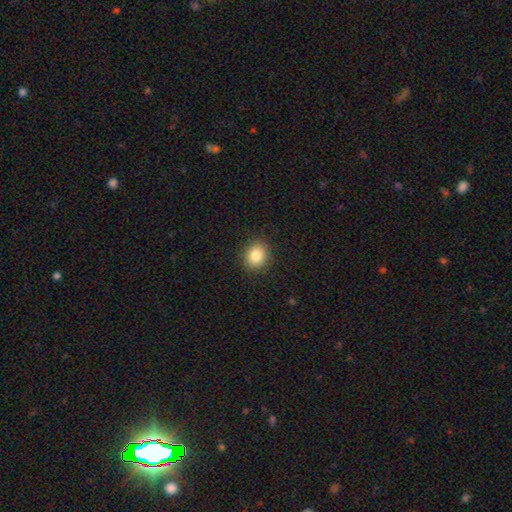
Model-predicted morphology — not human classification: The model was most divided on "how rounded": round: 66%, in between: 33%, cigar-shaped: 1%. More confident: merging — none (90%); smooth or featured — smooth (84%).